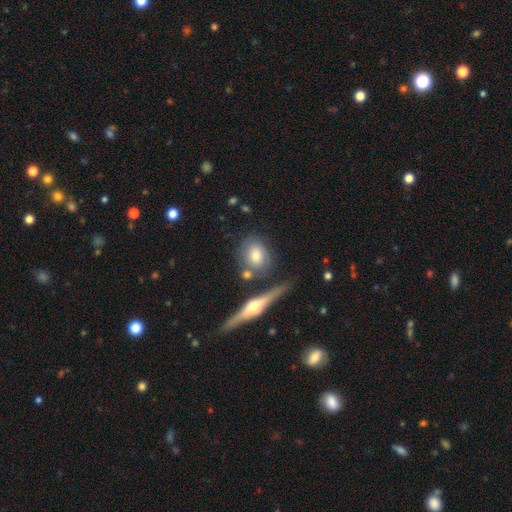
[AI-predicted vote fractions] This appears to be a smooth galaxy with no disk features (65%) that is round (49%). Merging: none (66%).